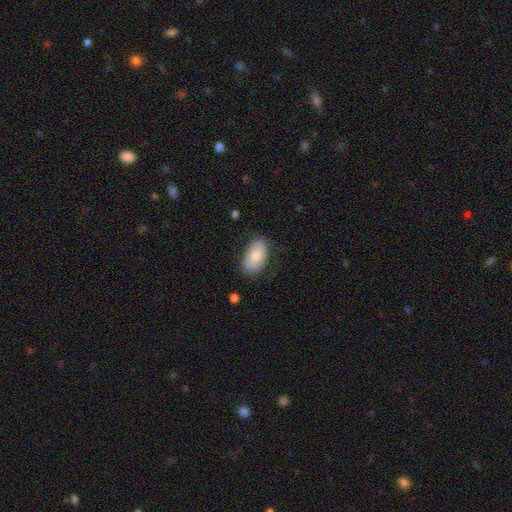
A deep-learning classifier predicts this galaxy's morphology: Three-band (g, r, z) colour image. It shows a smooth galaxy with no disk features (73%) that is in between round and cigar-shaped (92%). Merging: none (72%).